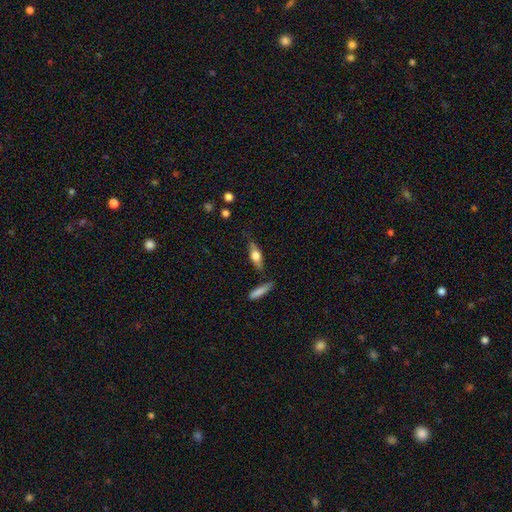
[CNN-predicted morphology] This appears to be a smooth galaxy with no disk features (50%). Merging: none (71%).